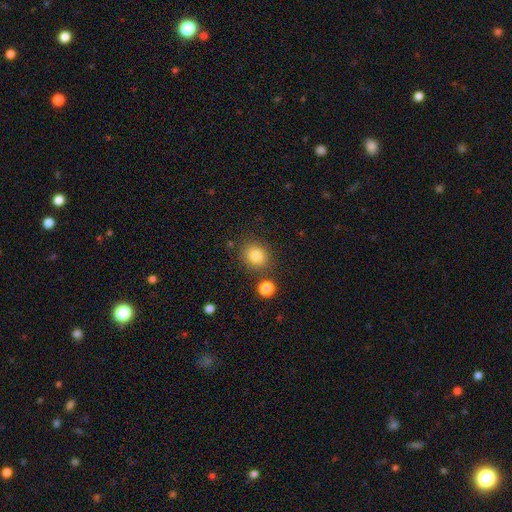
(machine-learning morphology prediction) The model was most divided on "how rounded": round: 73%, in between: 26%, cigar-shaped: 1%. More confident: smooth or featured — smooth (82%); merging — none (80%).